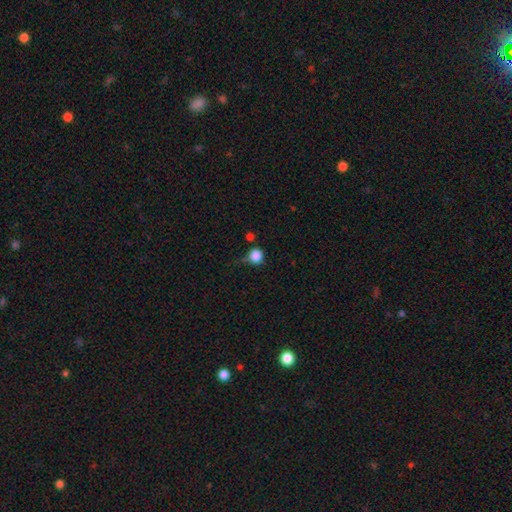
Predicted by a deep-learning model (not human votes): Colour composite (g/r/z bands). It shows a smooth galaxy with no disk features (85%) that is round (91%). Merging: none (57%).